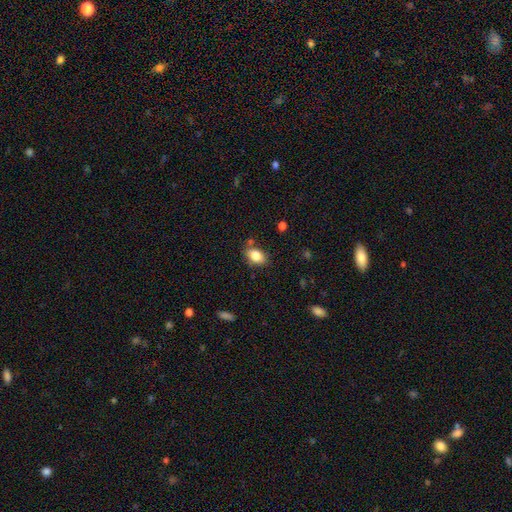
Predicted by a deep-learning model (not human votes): smooth_or_featured: smooth (p=0.84) [alt: star or artifact p=0.08]
how_rounded: in between (p=0.84) [alt: round p=0.14]
merging: none (p=0.74) [alt: minor disturbance p=0.16]